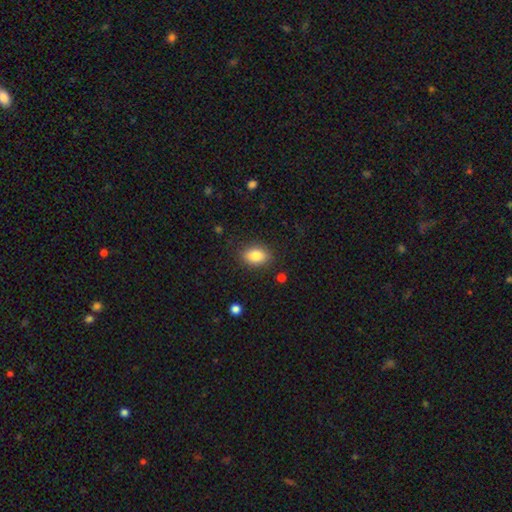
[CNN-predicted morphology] type=smooth (85%); roundness=in between (81%); merging=none (86%).